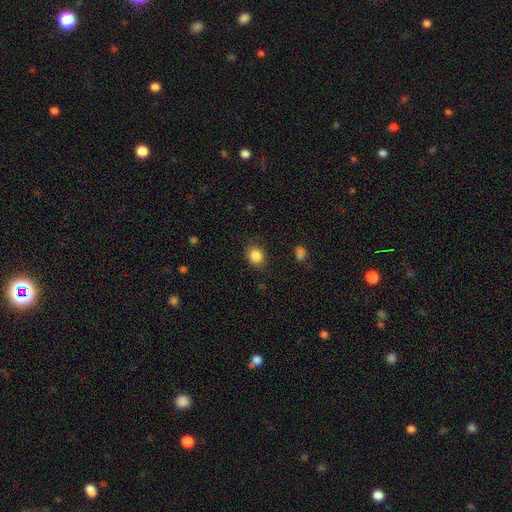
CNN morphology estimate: Smooth or featured? smooth (86%)
How rounded? round (52%)
Merging? none (82%)